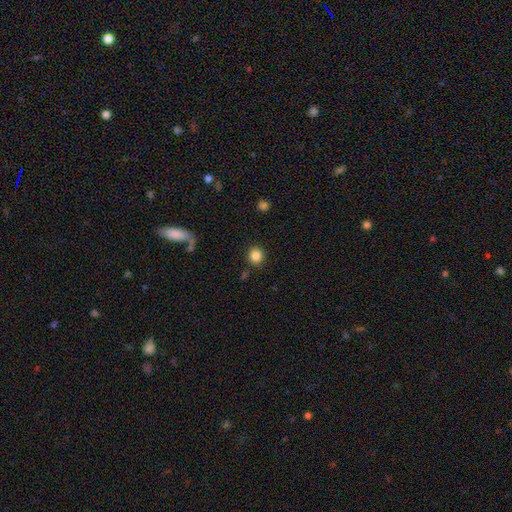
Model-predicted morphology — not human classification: smooth-or-featured: smooth: 85% | star or artifact: 11% | featured or disk: 5%
  how-rounded: round: 87% | in between: 12% | cigar-shaped: 1%
  merging: none: 87% | minor disturbance: 7% | merger: 3% | major disturbance: 3%